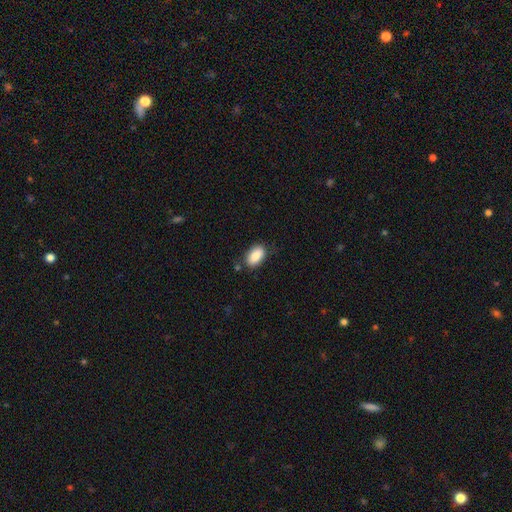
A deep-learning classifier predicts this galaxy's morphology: Overall: smooth (87%). How rounded: in between (92%). Merging: none (79%).